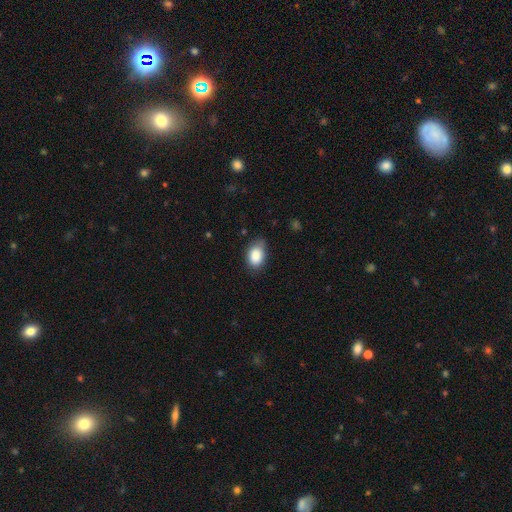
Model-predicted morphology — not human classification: This appears to be a smooth galaxy with no disk features (87%) that is in between round and cigar-shaped (84%). Merging: none (65%).